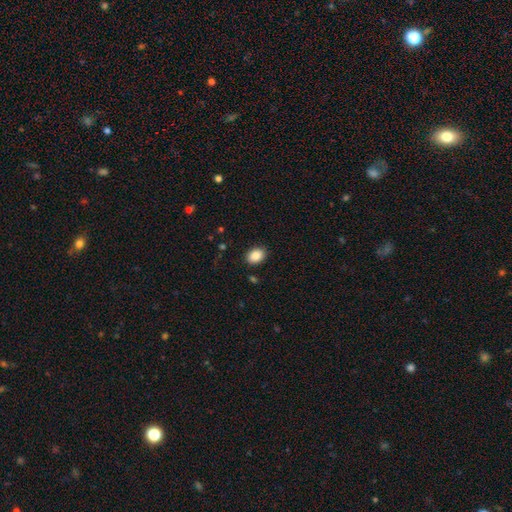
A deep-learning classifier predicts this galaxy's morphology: Smooth or featured?
  - smooth: 88% *
  - star or artifact: 8%
  - featured or disk: 4%
How rounded?
  - in between: 71% *
  - round: 28%
  - cigar-shaped: 1%
Merging?
  - none: 88% *
  - minor disturbance: 8%
  - major disturbance: 2%
  - merger: 1%